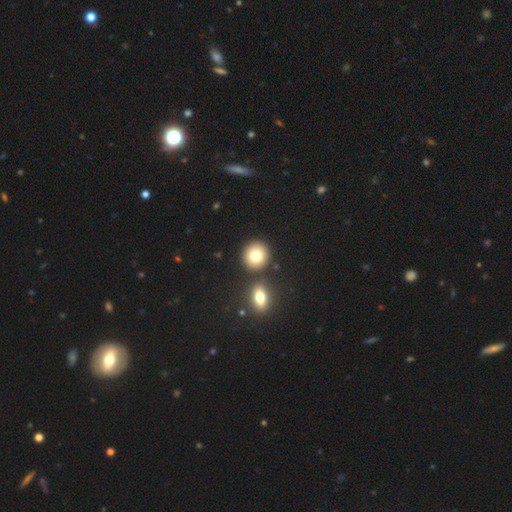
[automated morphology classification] A smooth galaxy with no disk features (79%) that is round (87%).

Vote fractions:
- Smooth or featured? smooth: 79% / featured or disk: 11% / star or artifact: 10%
- How rounded? round: 87% / in between: 12% / cigar-shaped: 1%
- Merging? none: 79% / merger: 12% / minor disturbance: 7% / major disturbance: 2%